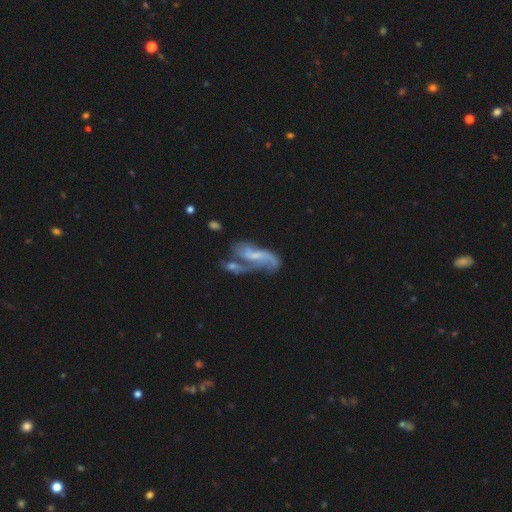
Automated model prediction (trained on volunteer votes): Smooth or featured? featured or disk (73%)
Edge-on disk? no (91%)
Bar? no (46%)
Spiral arms? yes (81%)
Spiral winding? loose (66%)
Spiral arm count? 2 (69%)
Bulge size? small (43%)
Merging? merger (40%)